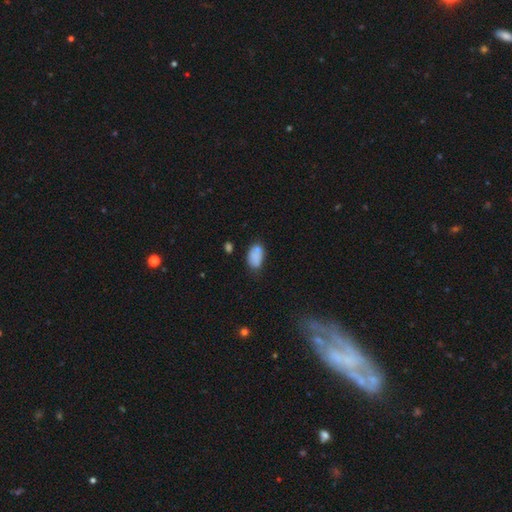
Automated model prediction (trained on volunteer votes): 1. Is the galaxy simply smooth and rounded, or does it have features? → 81% smooth, 10% featured or disk, 9% star or artifact.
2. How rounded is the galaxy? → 90% in between, 8% round, 2% cigar-shaped.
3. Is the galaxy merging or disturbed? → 54% none, 26% minor disturbance, 13% merger, 7% major disturbance.